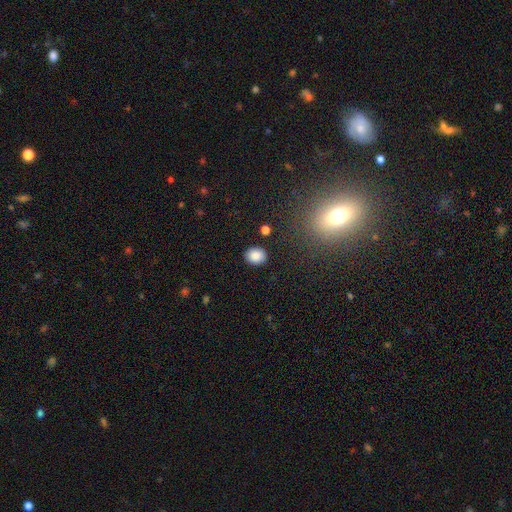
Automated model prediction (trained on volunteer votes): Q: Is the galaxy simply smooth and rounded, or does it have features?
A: smooth — 87%.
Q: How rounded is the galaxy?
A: round — 62%.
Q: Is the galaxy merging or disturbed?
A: none — 88%.